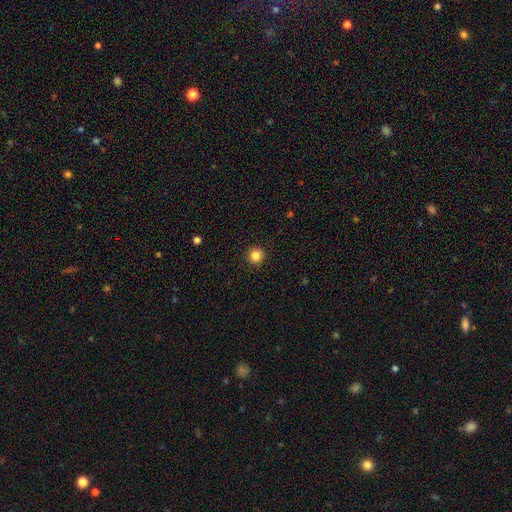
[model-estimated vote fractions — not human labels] Overall: smooth (85%). How rounded: round (94%). Merging: none (92%).